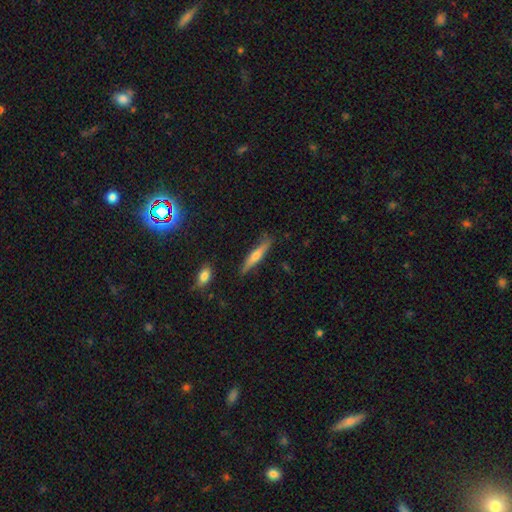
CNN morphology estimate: A smooth galaxy with no disk features (49%). Merging: none (84%).